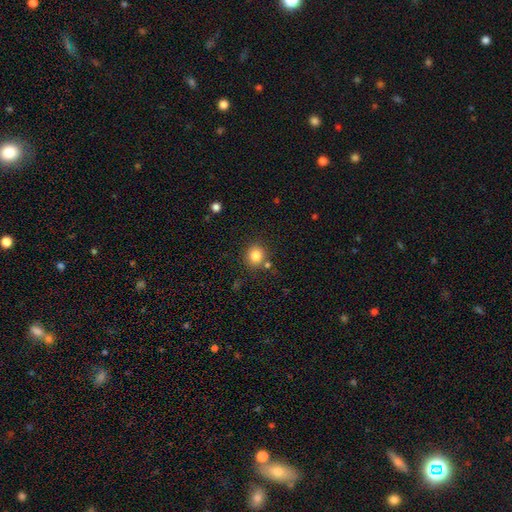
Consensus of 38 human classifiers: smooth-or-featured: smooth: 92% | star or artifact: 5% | featured or disk: 3%
  how-rounded: round: 94% | in between: 6% | cigar-shaped: 0%
  merging: none: 72% | merger: 25% | minor disturbance: 3% | major disturbance: 0%